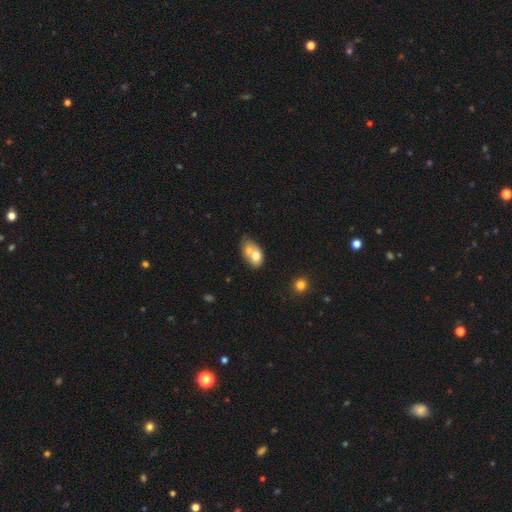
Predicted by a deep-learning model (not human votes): This appears to be a smooth galaxy with no disk features (66%) that is in between round and cigar-shaped (75%). Merging: merger (62%).